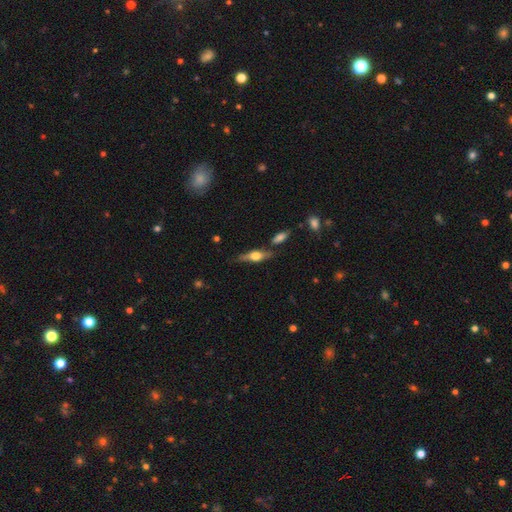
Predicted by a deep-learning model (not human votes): Smooth or featured? featured or disk (58%)
Edge-on disk? yes (92%)
Edge-on bulge? rounded (91%)
Merging? none (73%)